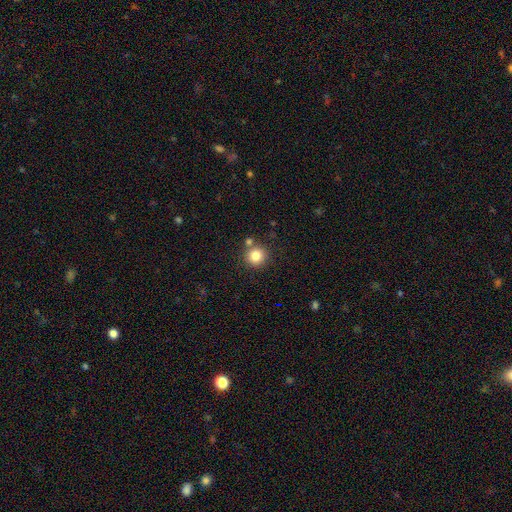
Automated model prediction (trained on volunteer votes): smooth 81%, star or artifact 11%, featured or disk 8%. Down the decision tree: how rounded — round (93%); merging — none (78%).